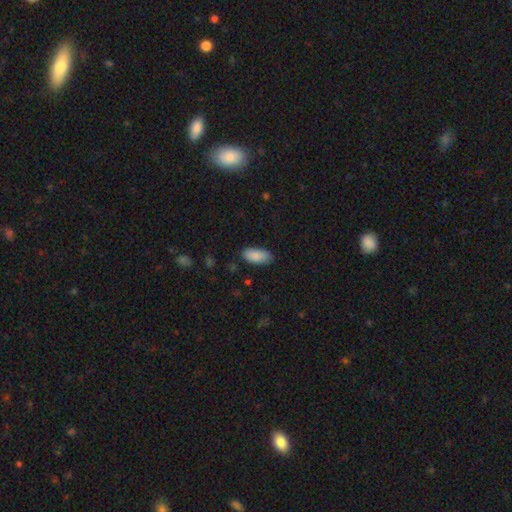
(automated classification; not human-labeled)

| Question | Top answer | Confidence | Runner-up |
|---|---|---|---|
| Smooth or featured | smooth | 87% | featured or disk (6%) |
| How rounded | in between | 92% | cigar-shaped (6%) |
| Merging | none | 81% | minor disturbance (15%) |